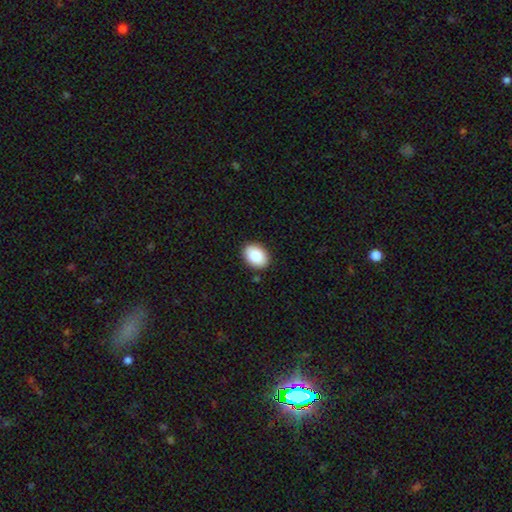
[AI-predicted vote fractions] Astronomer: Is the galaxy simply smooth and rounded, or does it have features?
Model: smooth — 87%.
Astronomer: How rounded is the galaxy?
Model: in between — 82%.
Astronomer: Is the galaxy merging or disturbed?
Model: none — 89%.